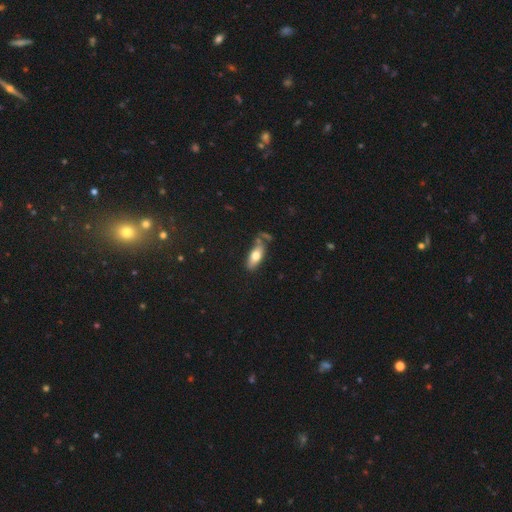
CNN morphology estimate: This is likely a smooth galaxy (67%). How rounded: likely in between (76%). Merging: likely none (63%).